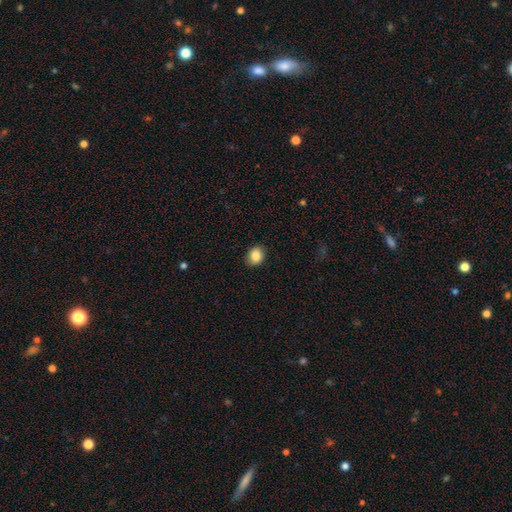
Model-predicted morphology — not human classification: smooth-or-featured: smooth: 87% | star or artifact: 9% | featured or disk: 4%
  how-rounded: round: 53% | in between: 46% | cigar-shaped: 1%
  merging: none: 87% | minor disturbance: 10% | major disturbance: 2% | merger: 1%